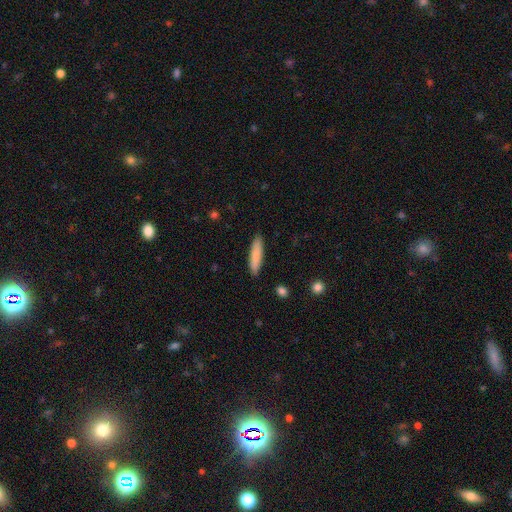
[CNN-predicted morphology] smooth 84%, featured or disk 10%, star or artifact 6%. Down the decision tree: how rounded — cigar-shaped (80%); merging — none (90%).